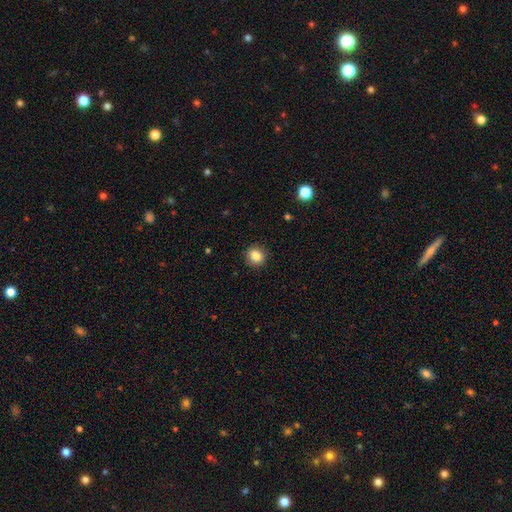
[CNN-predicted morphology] Overall: smooth (85%). How rounded: round (83%). Merging: none (90%).